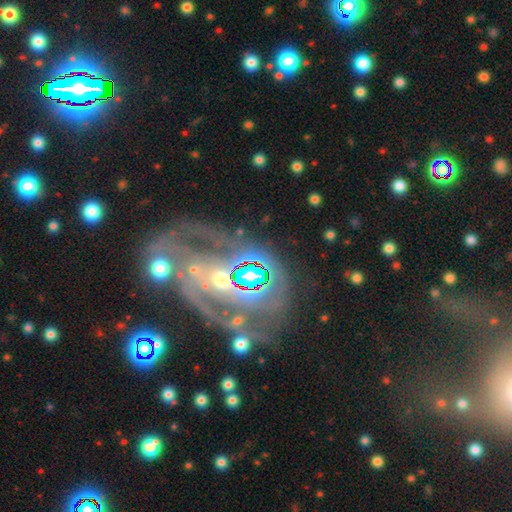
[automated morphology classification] Smooth or featured? featured or disk (73%)
Edge-on disk? no (96%)
Bar? no (46%)
Spiral arms? yes (74%)
Spiral winding? tight (44%)
Spiral arm count? 2 (46%)
Bulge size? small (45%)
Merging? none (48%)